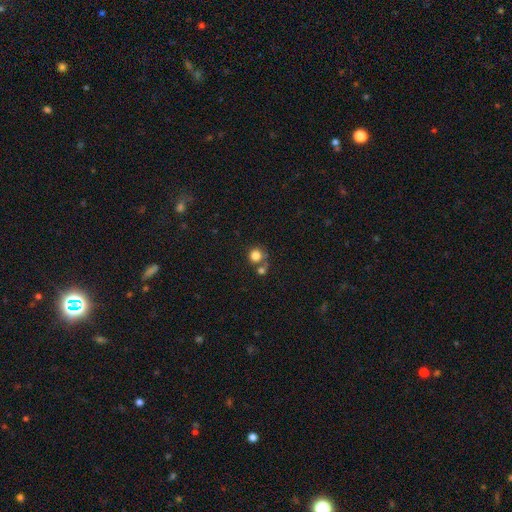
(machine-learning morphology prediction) A smooth galaxy with no disk features (81%) that is round (87%). Merging: none (55%).